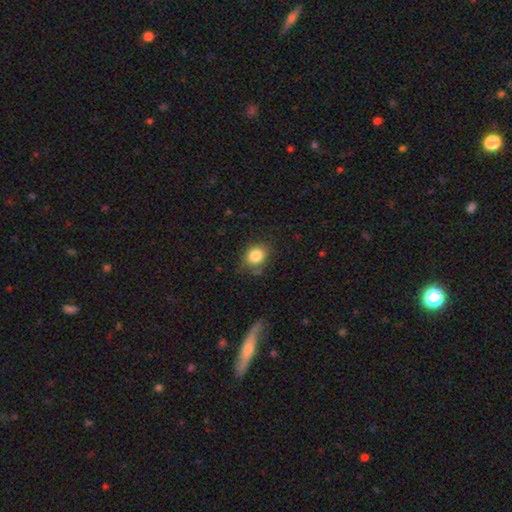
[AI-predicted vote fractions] This is clearly a smooth galaxy (83%). How rounded: likely round (63%). Merging: likely none (72%).